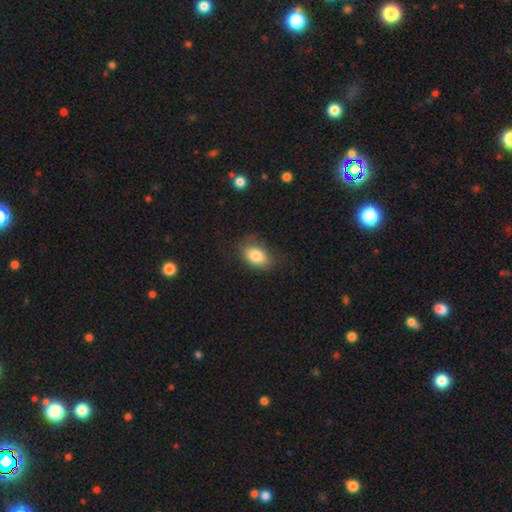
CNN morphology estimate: type=smooth (81%); roundness=in between (84%); merging=none (64%).